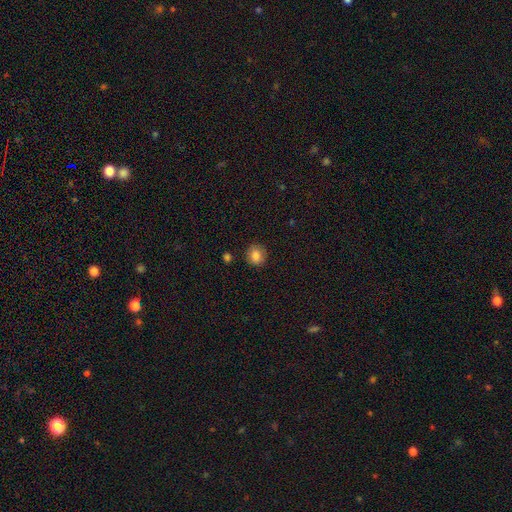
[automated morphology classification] Smooth or featured? smooth (85%)
How rounded? round (82%)
Merging? none (88%)